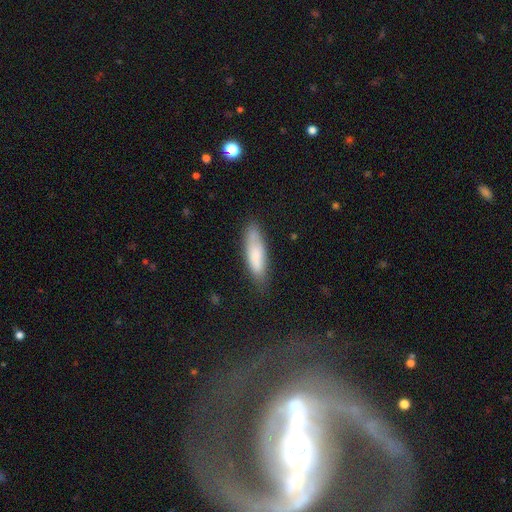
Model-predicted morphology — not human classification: A smooth galaxy with no disk features (78%) that is cigar-shaped (58%). Merging: none (77%).